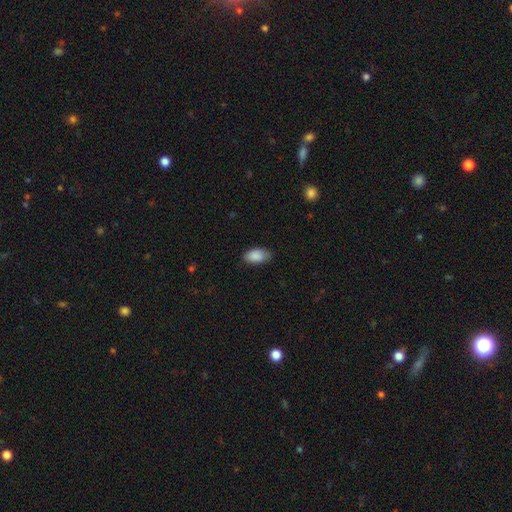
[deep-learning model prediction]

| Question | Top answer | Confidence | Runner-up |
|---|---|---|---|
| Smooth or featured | smooth | 88% | star or artifact (7%) |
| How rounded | in between | 94% | round (4%) |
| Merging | none | 75% | minor disturbance (20%) |